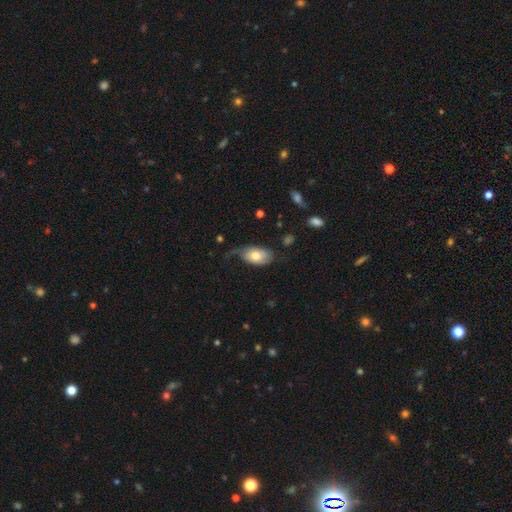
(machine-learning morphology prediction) Q: Smooth or featured?
A: smooth (60%); runner-up: featured or disk (34%)
Q: How rounded?
A: in between (92%); runner-up: round (6%)
Q: Merging?
A: none (38%); runner-up: minor disturbance (32%)